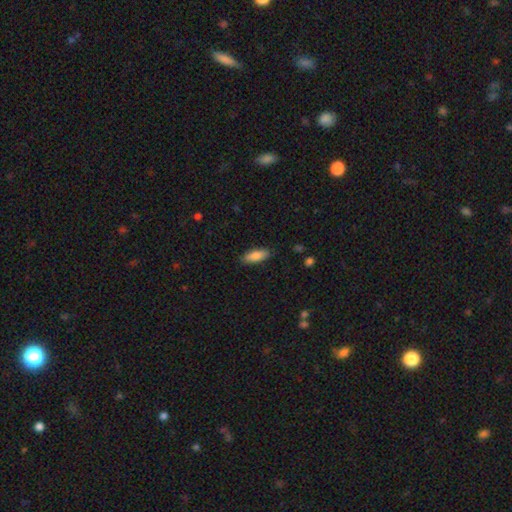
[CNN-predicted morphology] smooth 82%, featured or disk 11%, star or artifact 6%. Down the decision tree: how rounded — in between (67%); merging — none (87%).